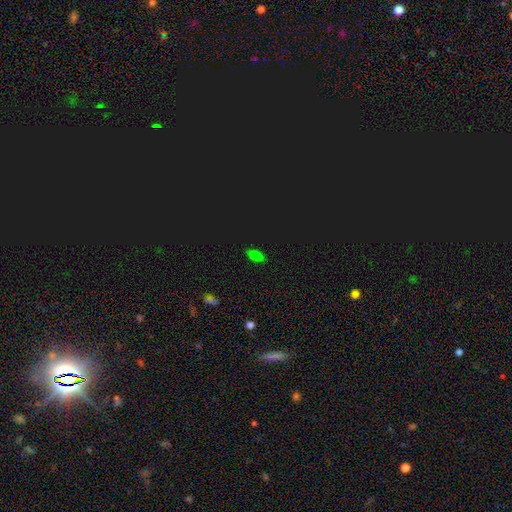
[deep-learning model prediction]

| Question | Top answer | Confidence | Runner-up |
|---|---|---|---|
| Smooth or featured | smooth | 68% | star or artifact (27%) |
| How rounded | in between | 87% | cigar-shaped (7%) |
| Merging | none | 86% | minor disturbance (10%) |